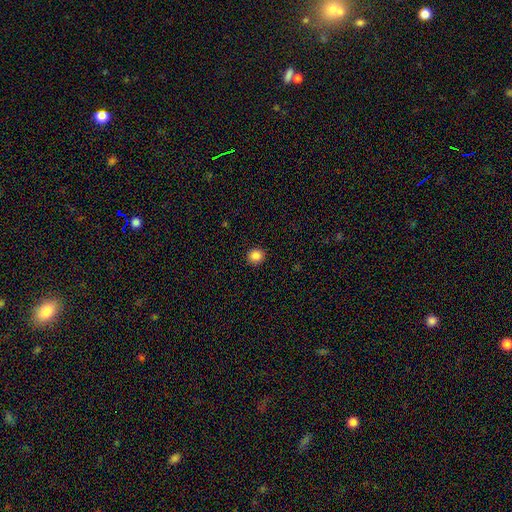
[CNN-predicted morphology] Smooth or featured? smooth (86%)
How rounded? round (91%)
Merging? none (92%)